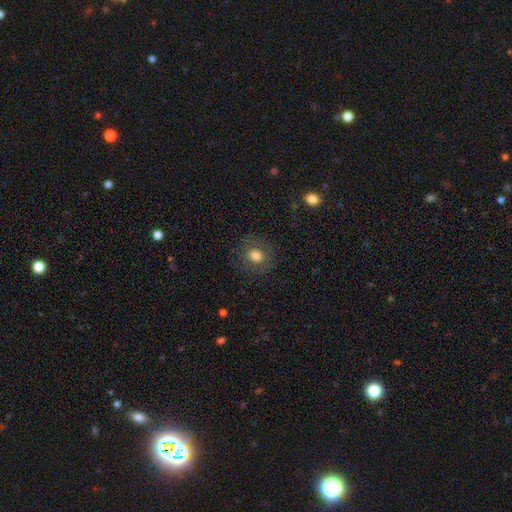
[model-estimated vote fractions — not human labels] smooth-or-featured: smooth: 70% | featured or disk: 19% | star or artifact: 11%
  how-rounded: round: 76% | in between: 23% | cigar-shaped: 1%
  merging: none: 82% | minor disturbance: 11% | major disturbance: 6% | merger: 1%